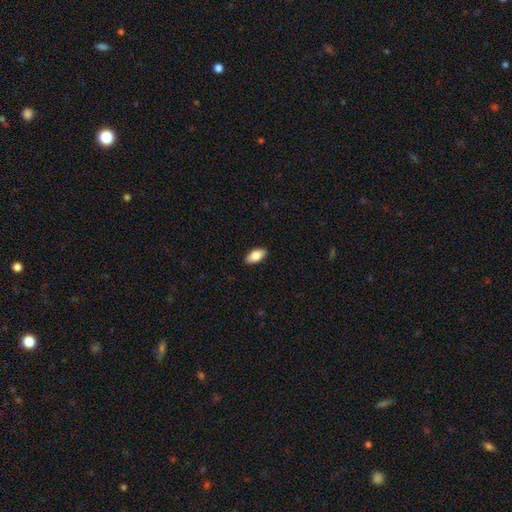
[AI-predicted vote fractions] Smooth or featured?
  - smooth: 84% *
  - featured or disk: 10%
  - star or artifact: 6%
How rounded?
  - in between: 91% *
  - cigar-shaped: 7%
  - round: 2%
Merging?
  - none: 90% *
  - minor disturbance: 8%
  - major disturbance: 2%
  - merger: 1%